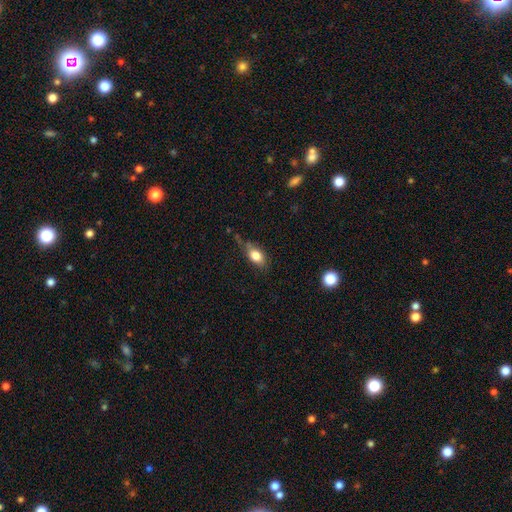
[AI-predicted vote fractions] The model was most divided on "merging": none: 57%, minor disturbance: 29%, major disturbance: 10%, merger: 4%. More confident: how rounded — in between (84%); smooth or featured — smooth (80%).